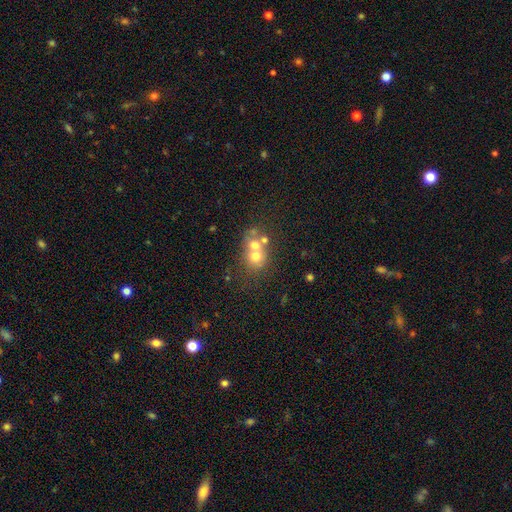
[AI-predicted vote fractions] Smooth or featured: smooth — 58% (featured or disk — 27%)
How rounded: round — 73% (in between — 26%)
Merging: merger — 56% (none — 32%)